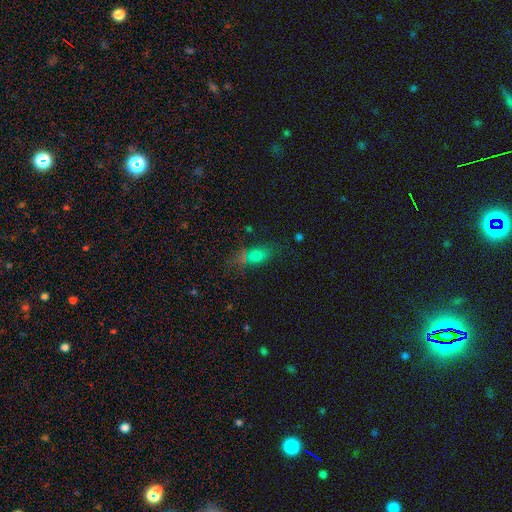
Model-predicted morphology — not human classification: Smooth or featured: smooth — 67% (star or artifact — 19%)
How rounded: in between — 72% (round — 15%)
Merging: none — 54% (minor disturbance — 21%)